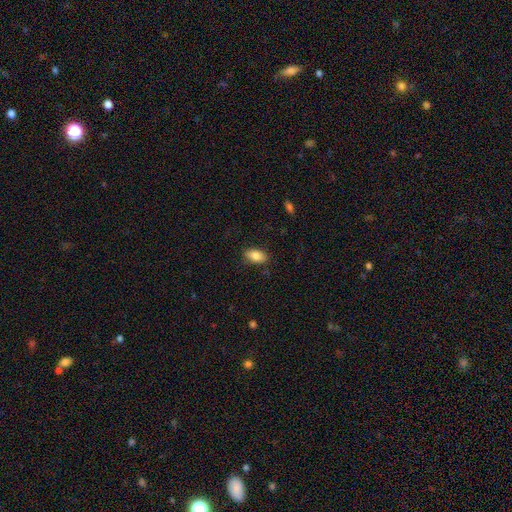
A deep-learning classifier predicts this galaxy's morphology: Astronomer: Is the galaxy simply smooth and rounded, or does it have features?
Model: smooth — 85%.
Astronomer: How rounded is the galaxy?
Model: in between — 91%.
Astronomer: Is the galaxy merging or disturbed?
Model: none — 84%.